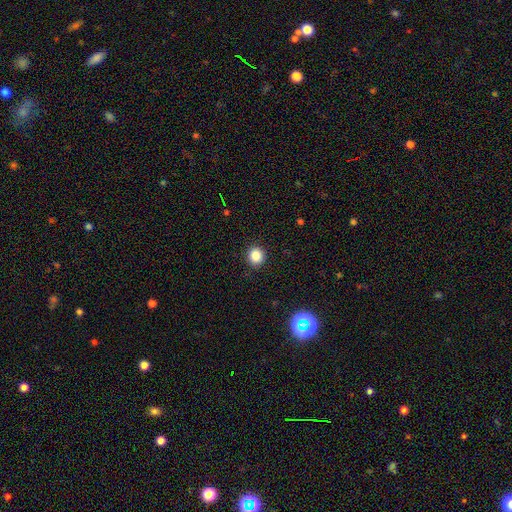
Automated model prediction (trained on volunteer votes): Smooth or featured? Predicted: smooth (p=0.86). How rounded? Predicted: round (p=0.86). Merging? Predicted: none (p=0.91).